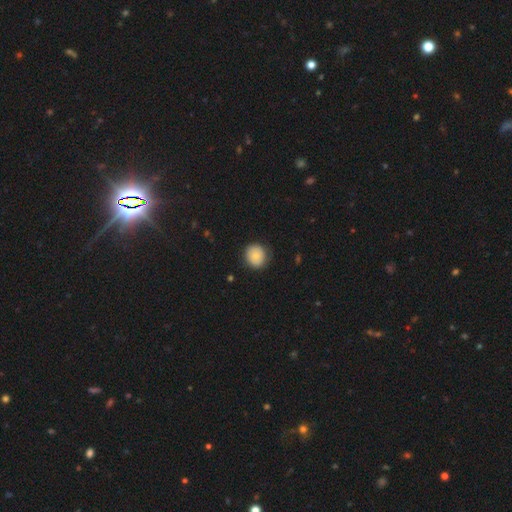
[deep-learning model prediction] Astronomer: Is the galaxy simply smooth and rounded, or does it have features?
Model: smooth — 82%.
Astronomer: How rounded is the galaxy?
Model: round — 85%.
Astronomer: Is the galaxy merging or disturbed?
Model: none — 82%.